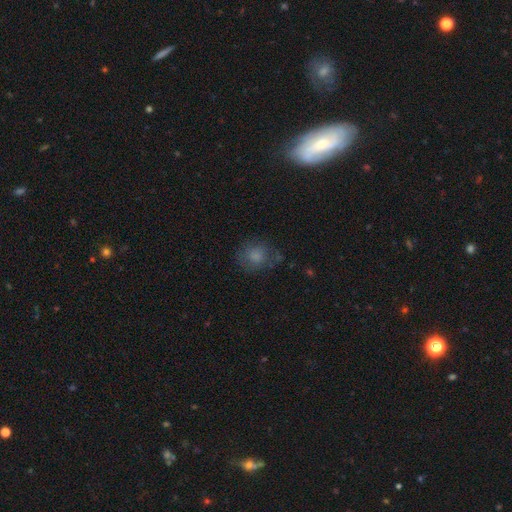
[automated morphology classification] Smooth or featured: smooth — 72% (featured or disk — 16%)
How rounded: round — 71% (in between — 28%)
Merging: none — 64% (minor disturbance — 22%)